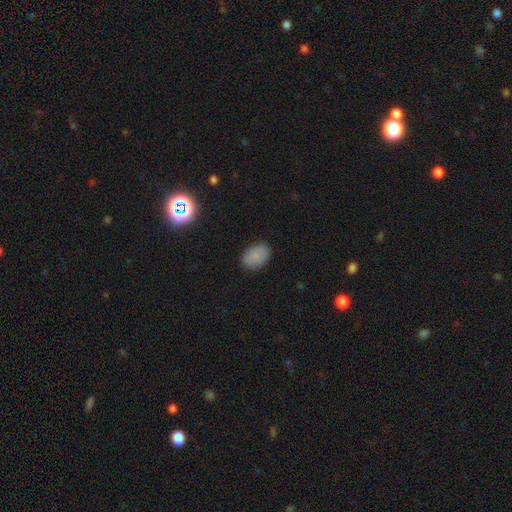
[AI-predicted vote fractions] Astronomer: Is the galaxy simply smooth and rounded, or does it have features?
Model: smooth — 84%.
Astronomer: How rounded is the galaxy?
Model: in between — 82%.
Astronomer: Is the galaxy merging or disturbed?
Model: none — 86%.